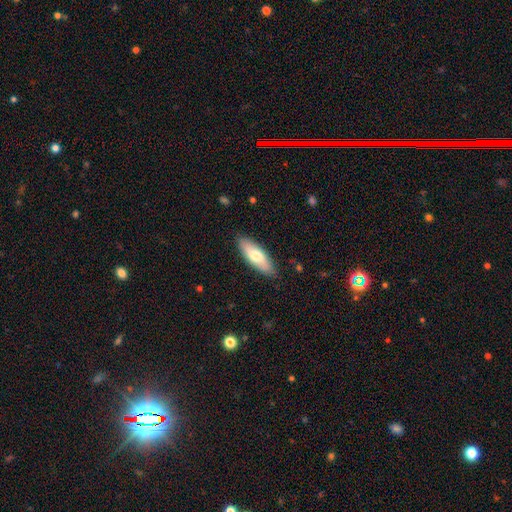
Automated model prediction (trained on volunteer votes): smooth_or_featured: smooth (p=0.66) [alt: featured or disk p=0.29]
how_rounded: in between (p=0.67) [alt: cigar-shaped p=0.31]
merging: none (p=0.87) [alt: minor disturbance p=0.10]